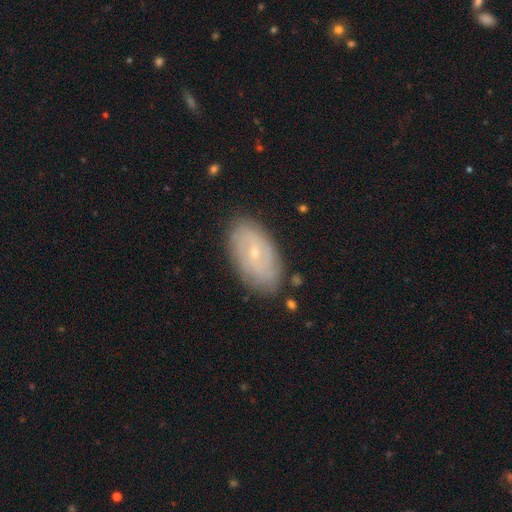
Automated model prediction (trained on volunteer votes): This appears to be a featured or disk galaxy (53%). Merging: none (83%).